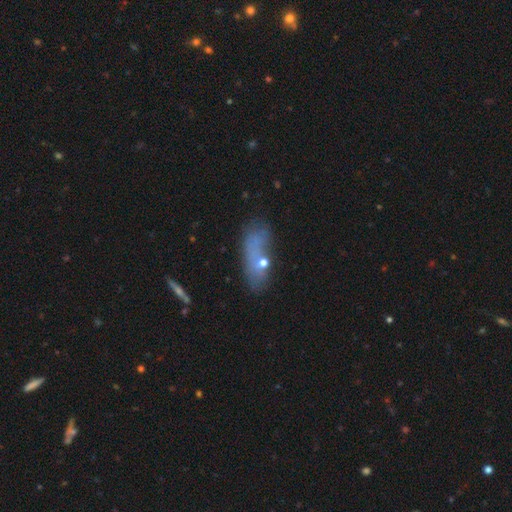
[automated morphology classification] This is possibly a smooth galaxy (55%). How rounded: likely in between (66%). Merging: possibly none (52%).